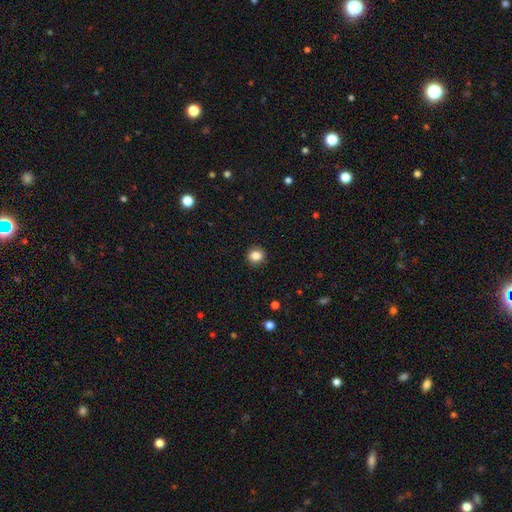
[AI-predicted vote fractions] Smooth or featured? smooth (85%)
How rounded? round (77%)
Merging? none (90%)